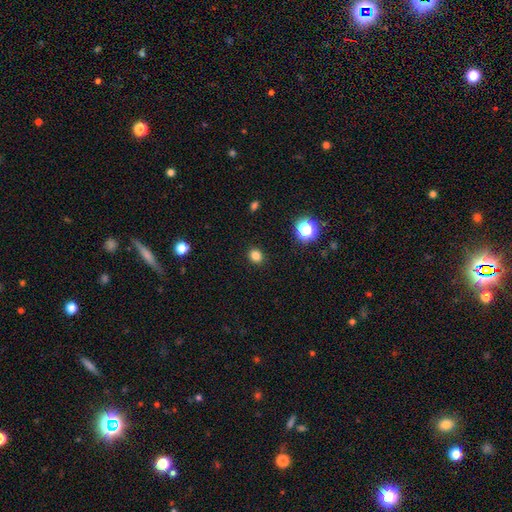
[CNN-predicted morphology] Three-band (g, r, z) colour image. It shows a smooth galaxy with no disk features (81%) that is round (70%). Merging: none (91%).